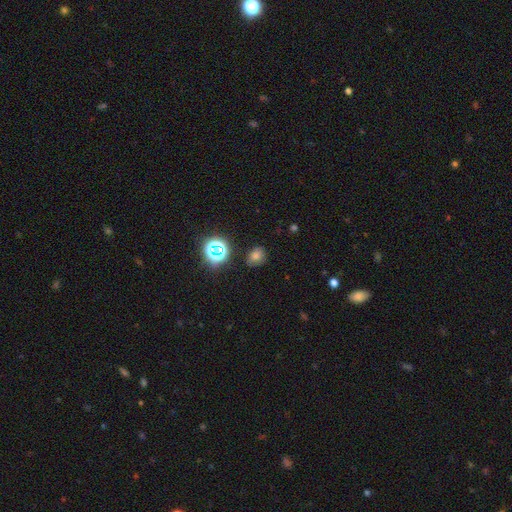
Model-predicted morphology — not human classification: Smooth or featured? Predicted: smooth (p=0.60). How rounded? Predicted: round (p=0.59). Merging? Predicted: none (p=0.82).